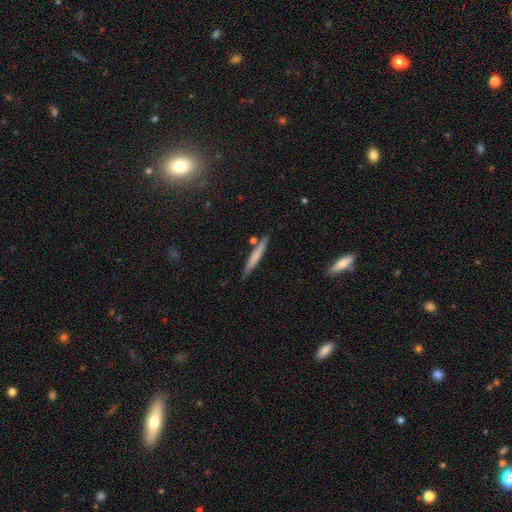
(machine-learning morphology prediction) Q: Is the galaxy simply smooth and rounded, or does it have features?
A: smooth — 63%.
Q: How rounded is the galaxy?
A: cigar-shaped — 95%.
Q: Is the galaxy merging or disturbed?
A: none — 82%.